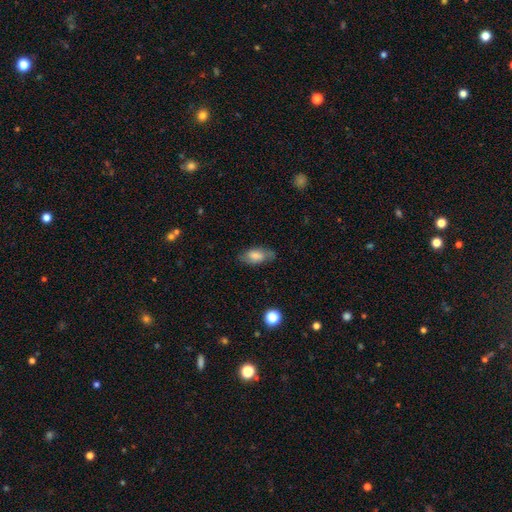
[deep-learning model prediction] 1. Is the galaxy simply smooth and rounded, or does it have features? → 70% smooth, 22% featured or disk, 8% star or artifact.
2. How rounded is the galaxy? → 88% in between, 8% cigar-shaped, 4% round.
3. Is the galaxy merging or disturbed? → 69% none, 22% minor disturbance, 6% major disturbance, 2% merger.